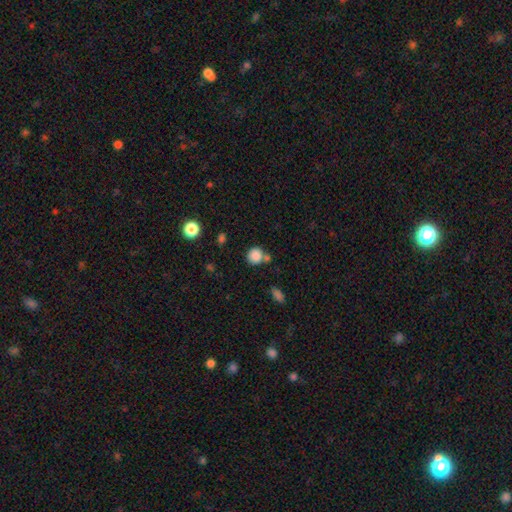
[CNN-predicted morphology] Q: Smooth or featured?
A: smooth (85%); runner-up: star or artifact (10%)
Q: How rounded?
A: round (85%); runner-up: in between (14%)
Q: Merging?
A: none (62%); runner-up: merger (22%)